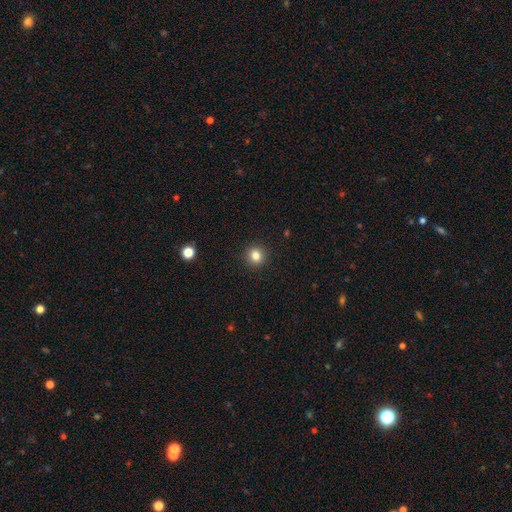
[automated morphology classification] A smooth galaxy with no disk features (83%) that is round (89%).

Vote fractions:
- Smooth or featured? smooth: 83% / star or artifact: 12% / featured or disk: 5%
- How rounded? round: 89% / in between: 10% / cigar-shaped: 1%
- Merging? none: 92% / minor disturbance: 5% / major disturbance: 2% / merger: 1%